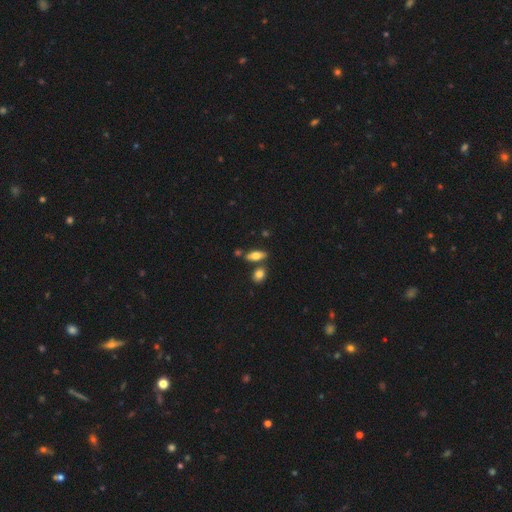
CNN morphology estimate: Smooth or featured: smooth — 66% (featured or disk — 26%)
How rounded: in between — 72% (cigar-shaped — 24%)
Merging: none — 72% (merger — 13%)